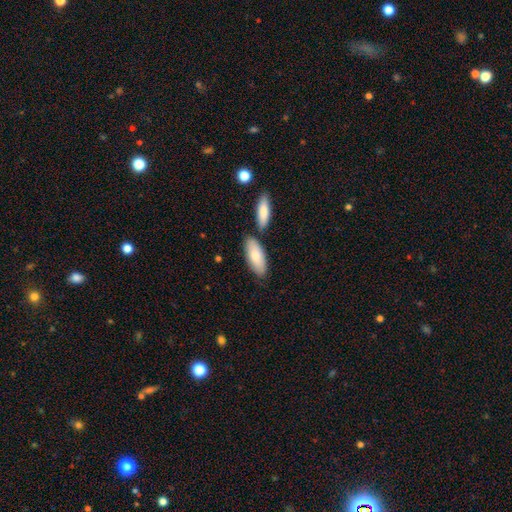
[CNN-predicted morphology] Overall: smooth (79%). How rounded: in between (81%). Merging: none (71%).